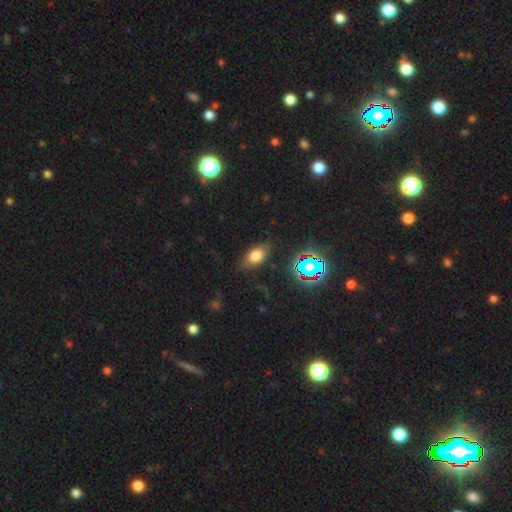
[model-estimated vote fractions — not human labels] Smooth or featured? Predicted: smooth (p=0.68). How rounded? Predicted: in between (p=0.82). Merging? Predicted: none (p=0.78).